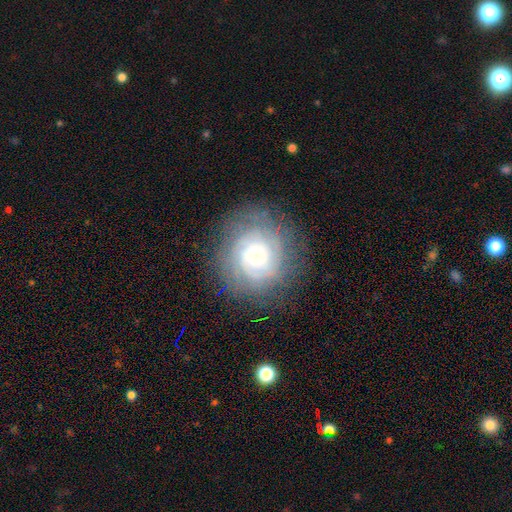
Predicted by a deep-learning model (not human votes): smooth-or-featured: featured or disk: 63% | smooth: 27% | star or artifact: 10%
  disk-edge-on: no: 97% | yes: 3%
    bar: no: 70% | weak: 25% | strong: 5%
    has-spiral-arms: yes: 87% | no: 13%
      spiral-winding: tight: 74% | medium: 20% | loose: 6%
      spiral-arm-count: can't tell: 53% | 2: 12% | 3: 11% | 4: 11% | more than 4: 8% | 1: 5%
    bulge-size: small: 70% | moderate: 19% | large: 6% | none: 3% | dominant: 2%
  merging: none: 80% | minor disturbance: 13% | major disturbance: 6% | merger: 1%